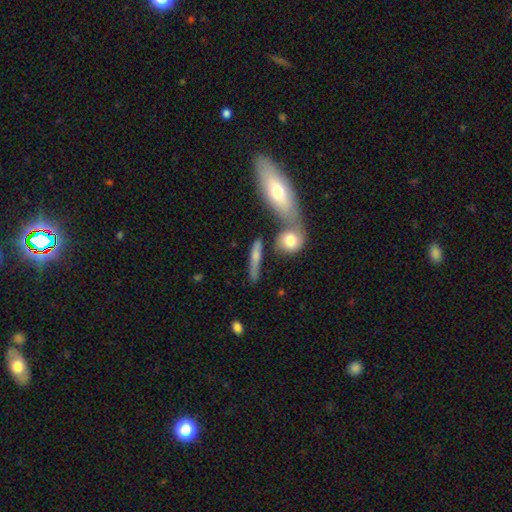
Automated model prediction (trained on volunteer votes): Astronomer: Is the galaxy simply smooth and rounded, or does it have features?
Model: smooth — 57% (runner-up: featured or disk, 35%).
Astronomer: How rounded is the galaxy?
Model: cigar-shaped — 57%.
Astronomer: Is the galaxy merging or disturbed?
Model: none — 50% (runner-up: merger, 30%).